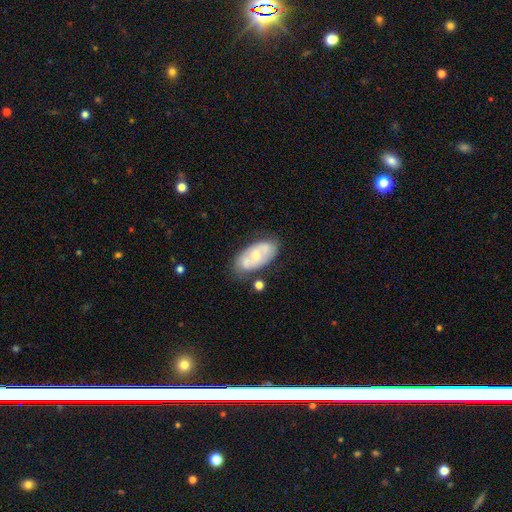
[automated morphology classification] The model was most divided on "smooth or featured": featured or disk: 52%, smooth: 41%, star or artifact: 6%. More confident: edge-on disk — no (91%); merging — none (64%).